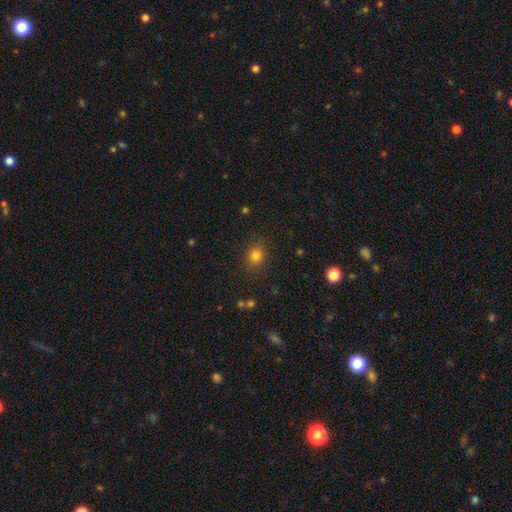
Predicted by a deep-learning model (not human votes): Smooth or featured? Predicted: smooth (p=0.80). How rounded? Predicted: round (p=0.70). Merging? Predicted: none (p=0.86).